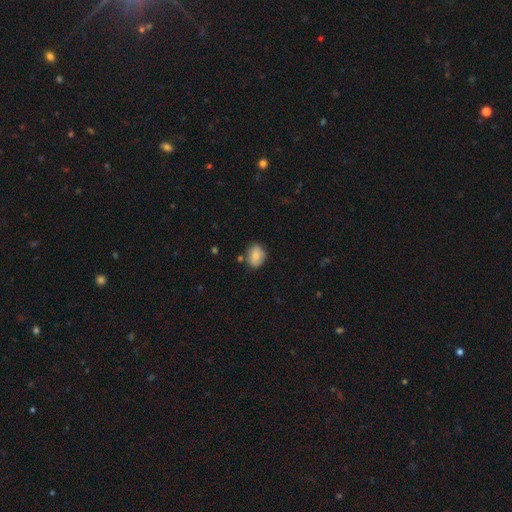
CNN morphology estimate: Smooth or featured?
  - smooth: 76% *
  - featured or disk: 16%
  - star or artifact: 8%
How rounded?
  - in between: 53% *
  - round: 46%
  - cigar-shaped: 1%
Merging?
  - none: 71% *
  - minor disturbance: 21%
  - merger: 5%
  - major disturbance: 4%